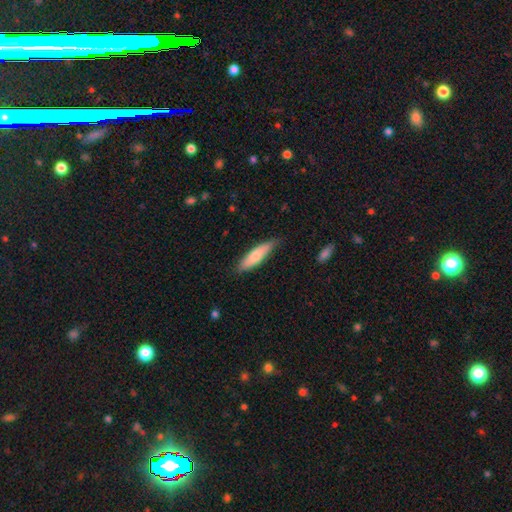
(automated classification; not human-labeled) smooth 73%, featured or disk 21%, star or artifact 6%. Down the decision tree: how rounded — cigar-shaped (65%); merging — none (78%).